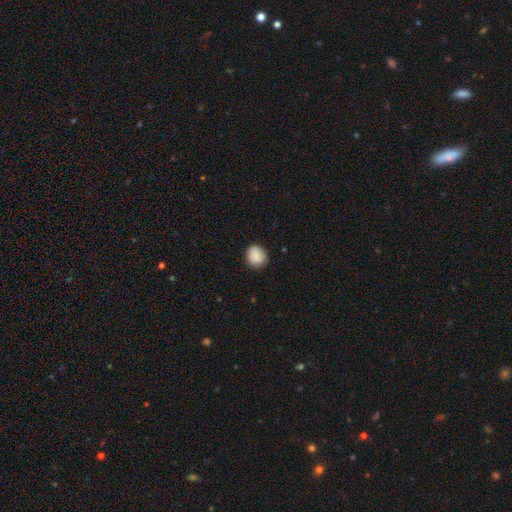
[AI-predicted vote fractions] Morphology: type=smooth (88%); roundness=round (78%); merging=none (84%).